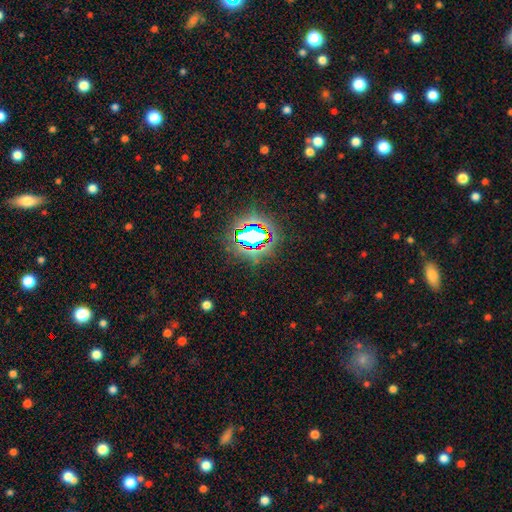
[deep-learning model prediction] Smooth or featured? Predicted: star or artifact (p=0.82).